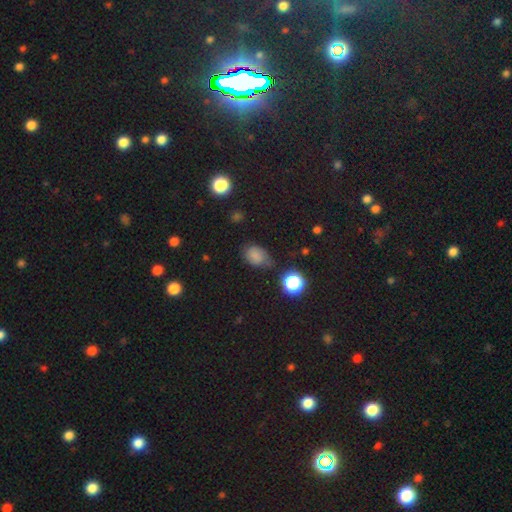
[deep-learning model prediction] Q: Smooth or featured?
A: smooth (69%); runner-up: star or artifact (18%)
Q: How rounded?
A: in between (72%); runner-up: round (26%)
Q: Merging?
A: none (55%); runner-up: minor disturbance (30%)